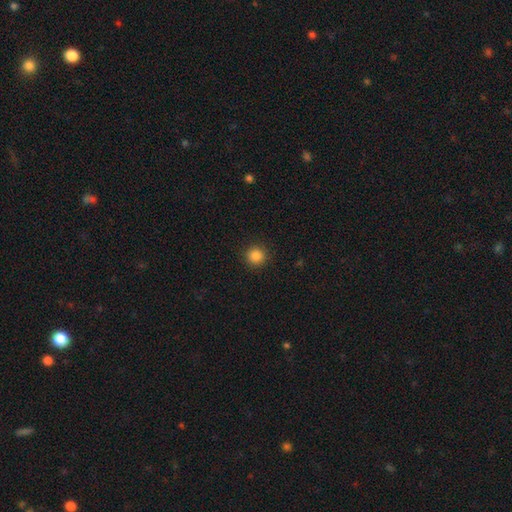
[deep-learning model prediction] A smooth galaxy with no disk features (87%) that is round (94%).

Vote fractions:
- Smooth or featured? smooth: 87% / star or artifact: 11% / featured or disk: 3%
- How rounded? round: 94% / in between: 5% / cigar-shaped: 1%
- Merging? none: 91% / minor disturbance: 6% / major disturbance: 2% / merger: 1%